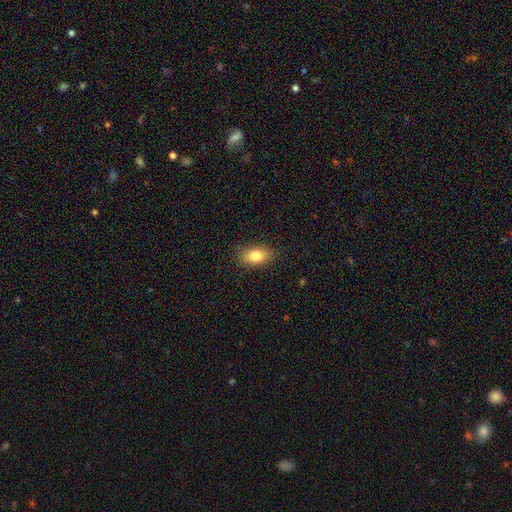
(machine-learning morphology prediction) The model was most divided on "smooth or featured": smooth: 81%, featured or disk: 11%, star or artifact: 8%. More confident: how rounded — in between (86%); merging — none (84%).